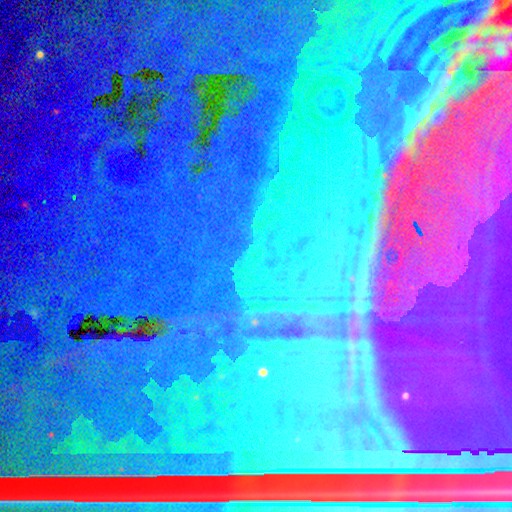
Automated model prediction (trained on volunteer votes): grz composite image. It shows a star or artifact, not a galaxy (85%).